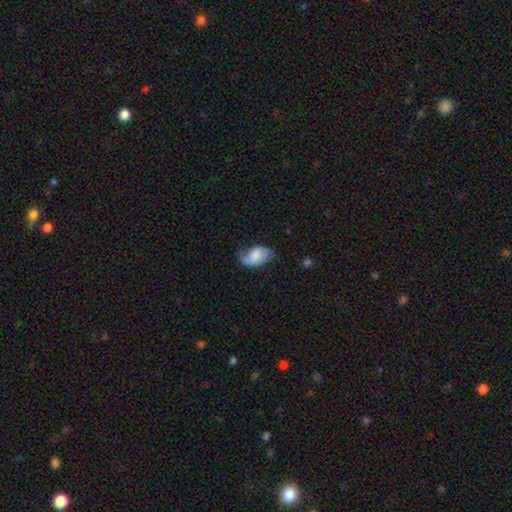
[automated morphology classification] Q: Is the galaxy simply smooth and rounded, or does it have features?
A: smooth — 63%.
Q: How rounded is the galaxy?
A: in between — 90%.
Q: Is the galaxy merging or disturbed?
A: none — 43%.